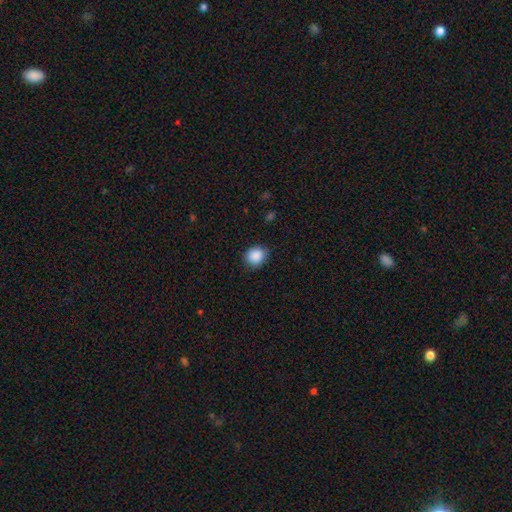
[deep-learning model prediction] A smooth galaxy with no disk features (88%) that is round (74%).

Vote fractions:
- Smooth or featured? smooth: 88% / star or artifact: 9% / featured or disk: 3%
- How rounded? round: 74% / in between: 25% / cigar-shaped: 1%
- Merging? none: 81% / minor disturbance: 15% / major disturbance: 3% / merger: 1%